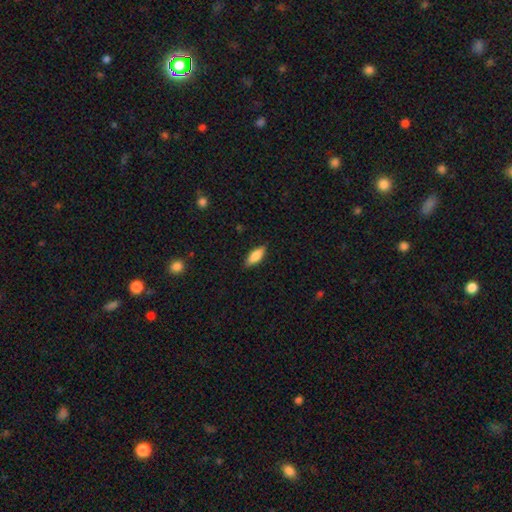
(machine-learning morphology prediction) This appears to be a smooth galaxy with no disk features (81%) that is in between round and cigar-shaped (68%). Merging: none (86%).